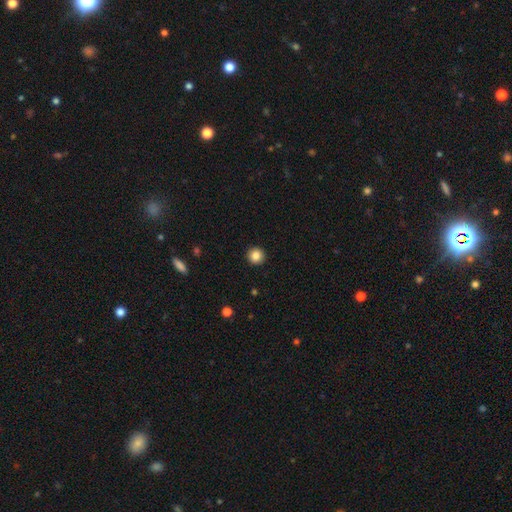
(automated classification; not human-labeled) Morphology: type=smooth (85%); roundness=round (95%); merging=none (93%).